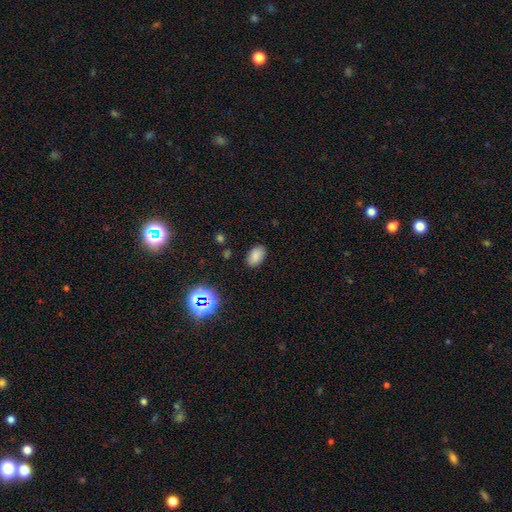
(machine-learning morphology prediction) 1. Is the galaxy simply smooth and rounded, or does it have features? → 81% smooth, 13% star or artifact, 6% featured or disk.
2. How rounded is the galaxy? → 91% in between, 8% round, 1% cigar-shaped.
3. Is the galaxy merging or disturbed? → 86% none, 10% minor disturbance, 3% major disturbance, 1% merger.